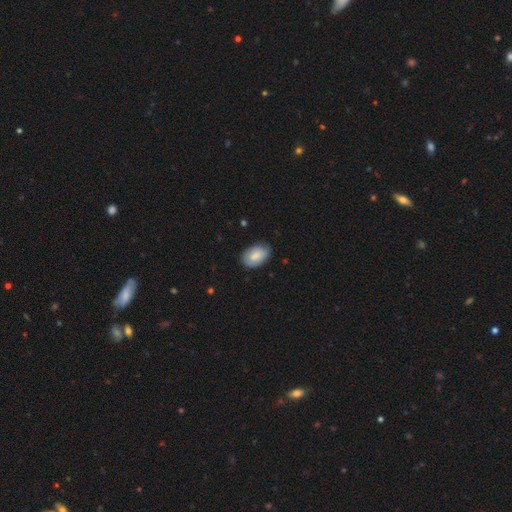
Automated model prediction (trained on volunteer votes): Morphology: type=smooth (82%); roundness=in between (90%); merging=none (78%).